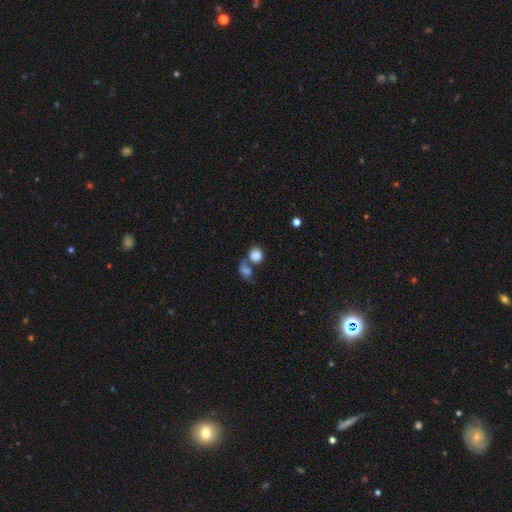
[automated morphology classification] type=smooth (84%); roundness=round (65%); merging=merger (44%).